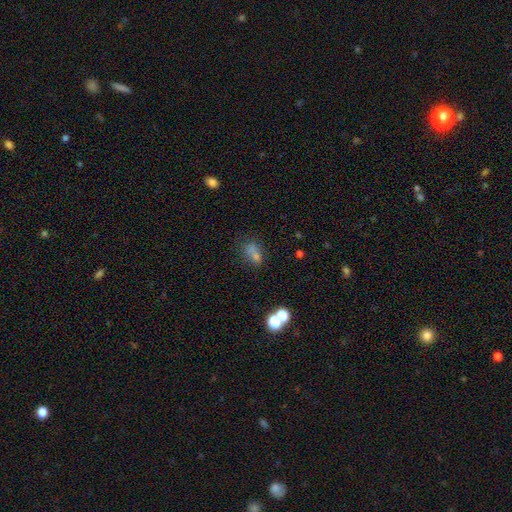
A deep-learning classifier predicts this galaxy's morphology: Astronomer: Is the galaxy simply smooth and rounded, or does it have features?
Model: smooth — 59%.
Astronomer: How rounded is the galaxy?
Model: in between — 64%.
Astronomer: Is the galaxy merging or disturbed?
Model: none — 54%.